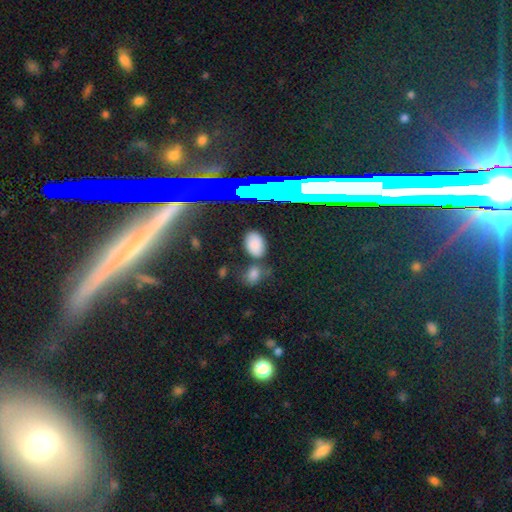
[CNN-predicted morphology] Smooth or featured?
  - star or artifact: 65% *
  - featured or disk: 22%
  - smooth: 13%